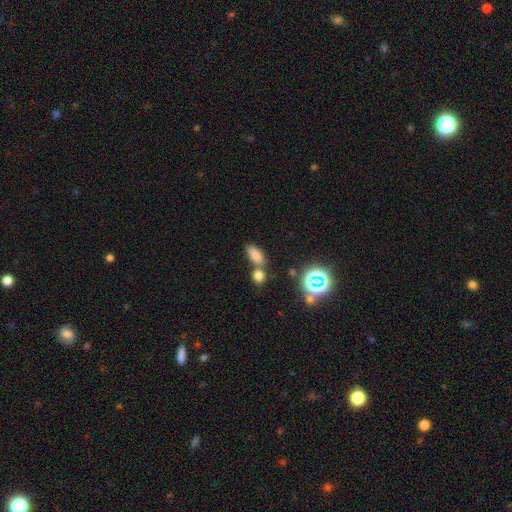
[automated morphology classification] This is likely a smooth galaxy (76%). How rounded: clearly in between (83%). Merging: possibly none (51%).